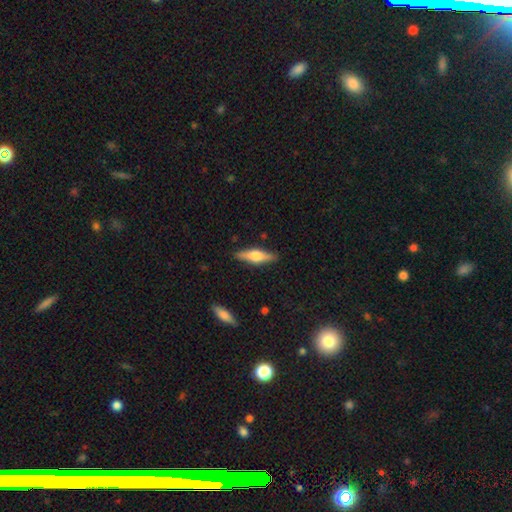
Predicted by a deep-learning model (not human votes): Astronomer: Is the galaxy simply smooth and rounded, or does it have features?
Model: featured or disk — 56% (runner-up: smooth, 39%).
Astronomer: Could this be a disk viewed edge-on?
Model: yes — 95%.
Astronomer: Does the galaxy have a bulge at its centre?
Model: rounded — 88%.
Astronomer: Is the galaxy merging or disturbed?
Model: none — 88%.